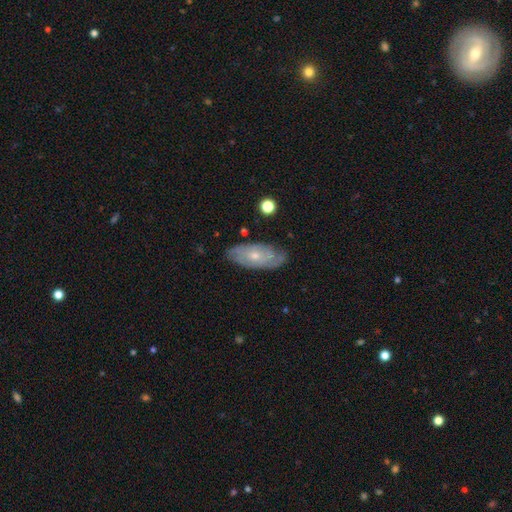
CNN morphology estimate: featured or disk 69%, smooth 25%, star or artifact 6%. Down the decision tree: edge-on disk — no (89%); bar — no (79%); spiral arms — yes (82%); bulge size — small (60%); merging — none (77%).